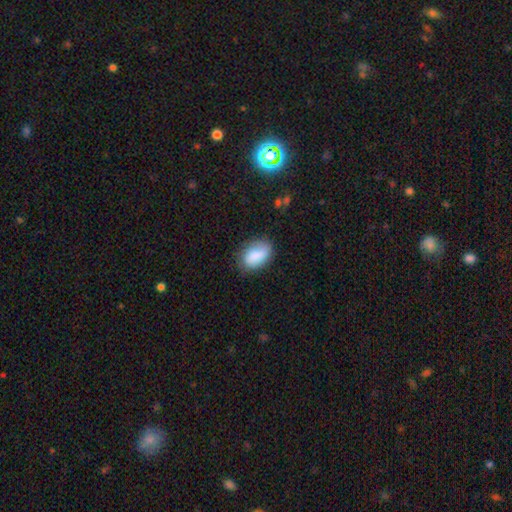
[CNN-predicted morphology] A smooth galaxy with no disk features (83%) that is in between round and cigar-shaped (87%).

Vote fractions:
- Smooth or featured? smooth: 83% / featured or disk: 10% / star or artifact: 7%
- How rounded? in between: 87% / round: 11% / cigar-shaped: 2%
- Merging? none: 72% / minor disturbance: 21% / major disturbance: 5% / merger: 2%